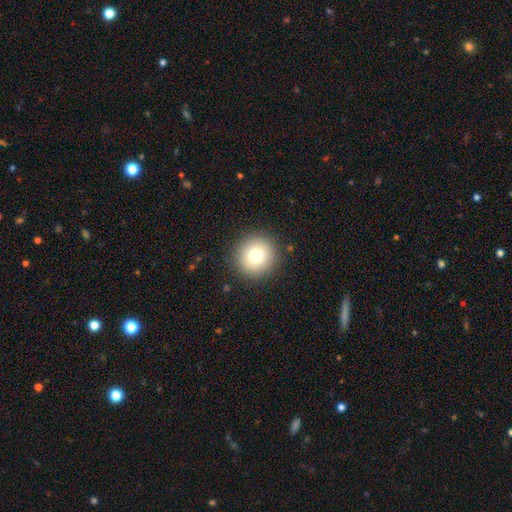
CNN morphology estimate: type=smooth (75%); roundness=round (94%); merging=none (90%).